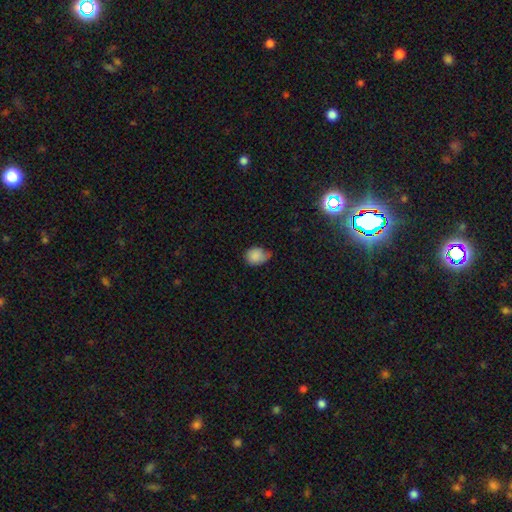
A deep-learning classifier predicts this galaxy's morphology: Smooth or featured? smooth (84%)
How rounded? round (56%)
Merging? minor disturbance (45%)